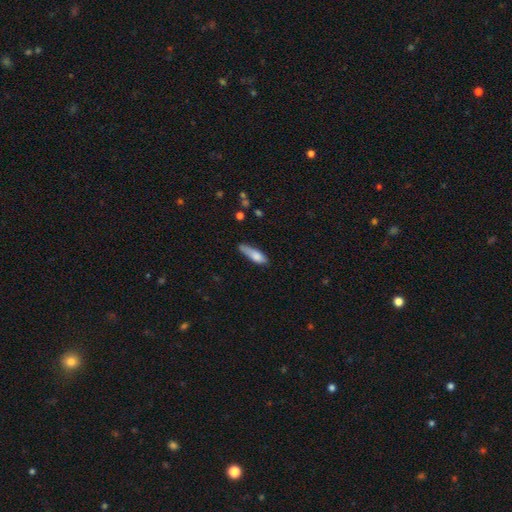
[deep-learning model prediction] Smooth or featured: smooth — 78% (featured or disk — 15%)
How rounded: cigar-shaped — 58% (in between — 40%)
Merging: none — 49% (minor disturbance — 35%)